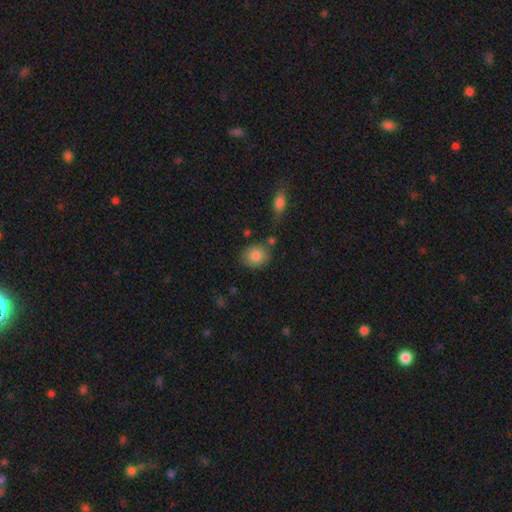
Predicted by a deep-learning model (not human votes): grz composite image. It shows a smooth galaxy with no disk features (83%) that is round (65%). Merging: none (78%).